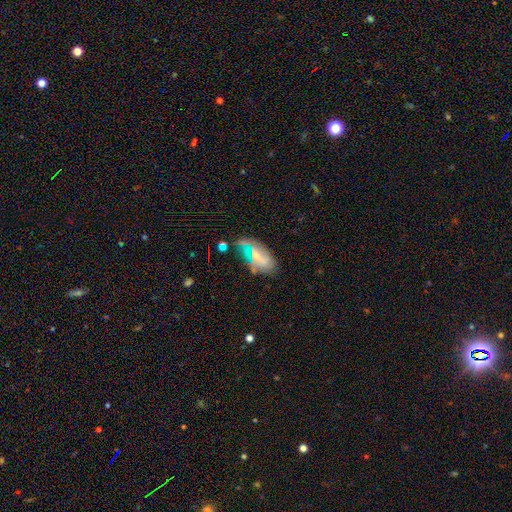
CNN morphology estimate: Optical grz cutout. It shows a featured or disk galaxy (52%). Merging: none (44%).